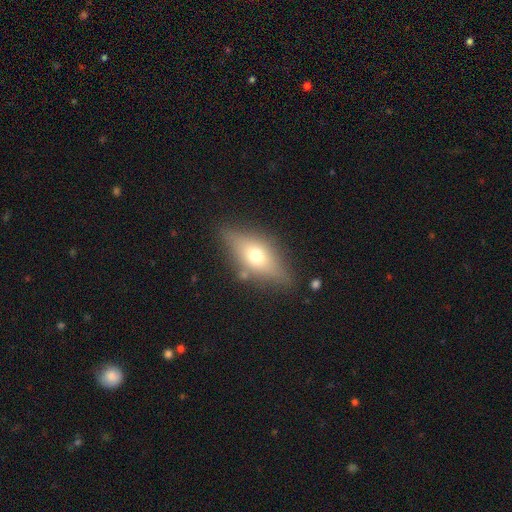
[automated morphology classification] type=smooth (52%); roundness=in between (65%); merging=none (79%).